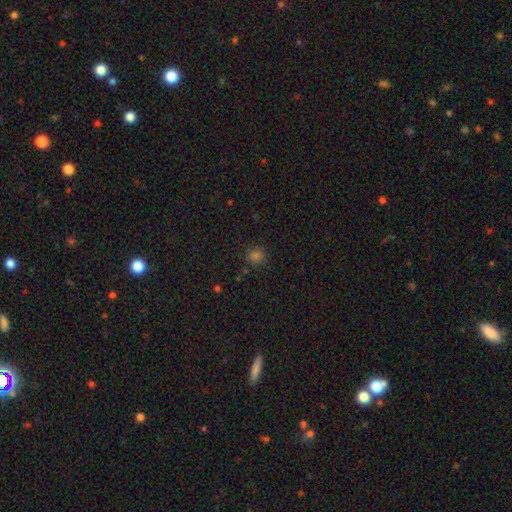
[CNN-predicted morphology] smooth_or_featured: smooth (p=0.74) [alt: star or artifact p=0.22]
how_rounded: round (p=0.82) [alt: in between p=0.17]
merging: none (p=0.86) [alt: minor disturbance p=0.09]